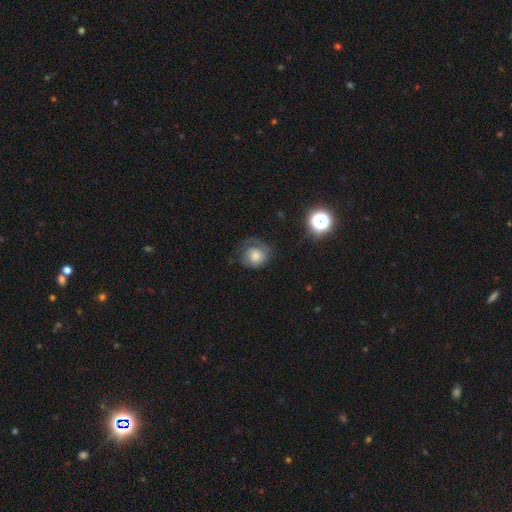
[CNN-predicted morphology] Smooth or featured?
  - featured or disk: 48% *
  - smooth: 42%
  - star or artifact: 10%
Merging?
  - none: 56% *
  - minor disturbance: 22%
  - major disturbance: 21%
  - merger: 2%